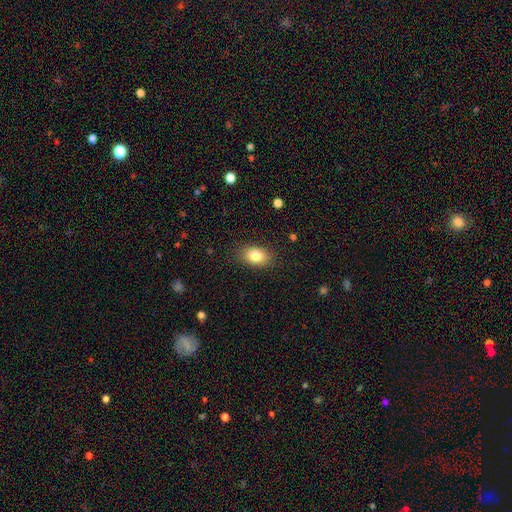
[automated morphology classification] smooth-or-featured: smooth: 82% | featured or disk: 10% | star or artifact: 9%
  how-rounded: in between: 84% | round: 15% | cigar-shaped: 2%
  merging: none: 86% | minor disturbance: 10% | major disturbance: 3% | merger: 1%